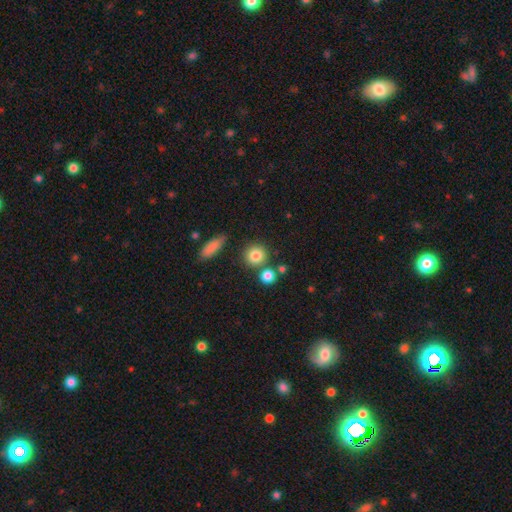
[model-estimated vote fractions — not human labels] Smooth or featured?
  - smooth: 82% *
  - star or artifact: 11%
  - featured or disk: 7%
How rounded?
  - round: 89% *
  - in between: 10%
  - cigar-shaped: 2%
Merging?
  - none: 75% *
  - merger: 13%
  - minor disturbance: 9%
  - major disturbance: 3%